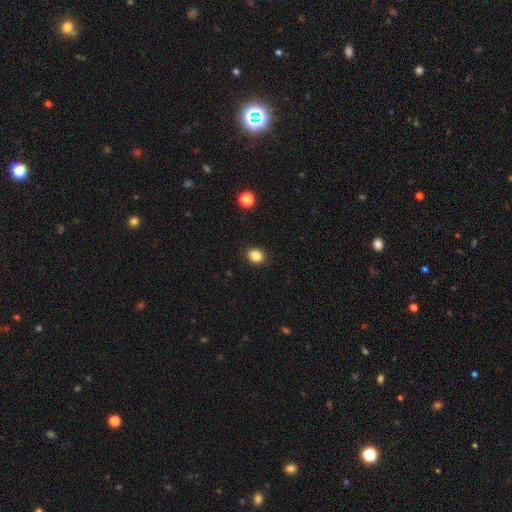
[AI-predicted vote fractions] Morphology: type=smooth (85%); roundness=round (50%); merging=none (91%).